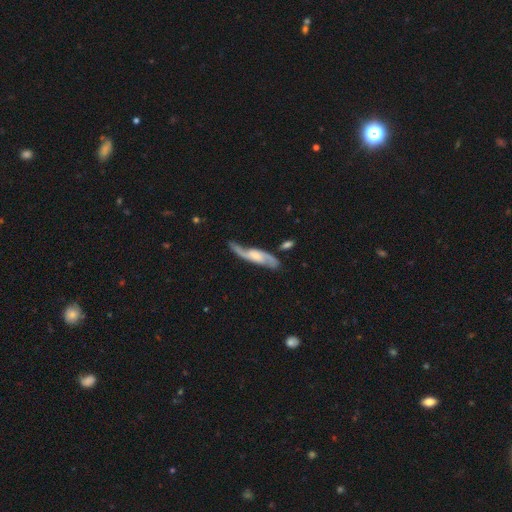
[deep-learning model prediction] A featured or disk galaxy (81%) with no bar (52%), 2 (90%) loose (55%) spiral arms (95%) and a small central bulge (37%).

Vote fractions:
- Smooth or featured? featured or disk: 81% / smooth: 14% / star or artifact: 5%
- Edge-on disk? no: 81% / yes: 19%
- Bar? no: 52% / weak: 37% / strong: 12%
- Spiral arms? yes: 95% / no: 5%
- Spiral winding? loose: 55% / medium: 34% / tight: 11%
- Spiral arm count? 2: 90% / can't tell: 4% / 1: 2% / 3: 1% / 4: 1% / more than 4: 1%
- Bulge size? small: 37% / moderate: 34% / none: 18% / large: 9% / dominant: 2%
- Merging? none: 67% / minor disturbance: 20% / major disturbance: 8% / merger: 5%